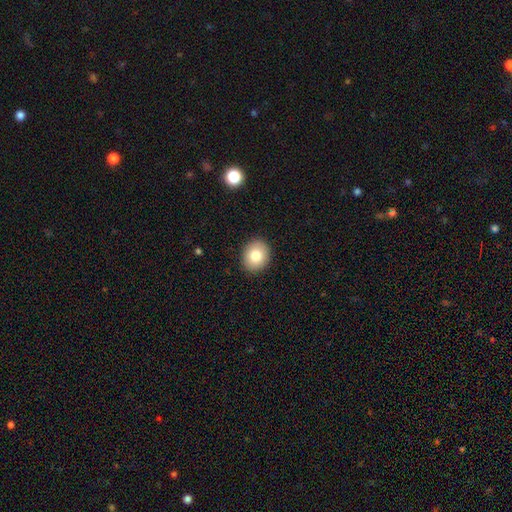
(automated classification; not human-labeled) This is likely a smooth galaxy (80%). How rounded: likely round (61%). Merging: clearly none (91%).